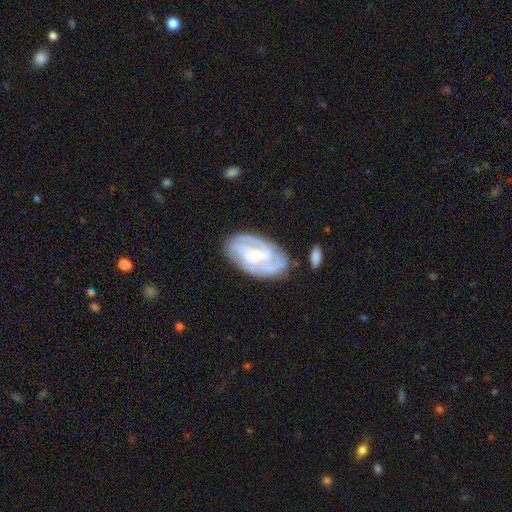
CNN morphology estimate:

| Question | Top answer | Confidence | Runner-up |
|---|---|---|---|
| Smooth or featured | featured or disk | 88% | smooth (7%) |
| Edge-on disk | no | 96% | yes (4%) |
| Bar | no | 42% | weak (41%) |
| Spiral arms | yes | 97% | no (3%) |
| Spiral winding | tight | 54% | medium (38%) |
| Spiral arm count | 3 | 36% | 2 (27%) |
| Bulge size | small | 58% | moderate (38%) |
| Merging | none | 77% | minor disturbance (16%) |